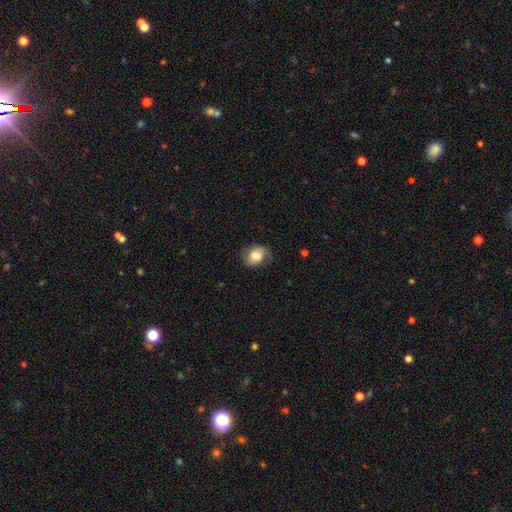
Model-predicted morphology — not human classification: The model was most divided on "smooth or featured": smooth: 53%, featured or disk: 40%, star or artifact: 8%. More confident: merging — none (67%); how rounded — in between (59%).